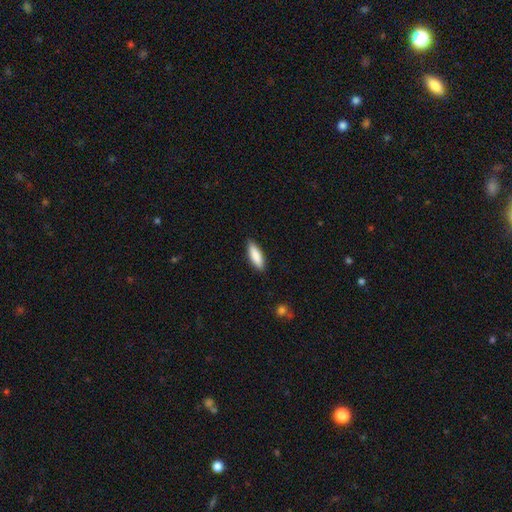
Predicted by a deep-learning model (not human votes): smooth_or_featured: smooth (p=0.84) [alt: featured or disk p=0.10]
how_rounded: in between (p=0.52) [alt: cigar-shaped p=0.46]
merging: none (p=0.87) [alt: minor disturbance p=0.10]